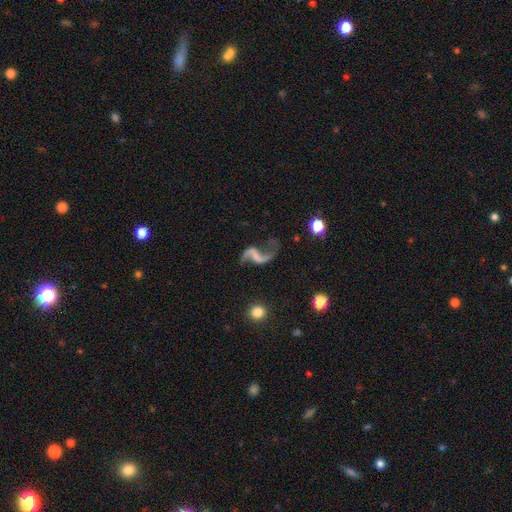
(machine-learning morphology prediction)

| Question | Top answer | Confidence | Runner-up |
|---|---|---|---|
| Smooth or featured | featured or disk | 87% | star or artifact (7%) |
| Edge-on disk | no | 98% | yes (2%) |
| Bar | no | 41% | weak (36%) |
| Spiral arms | yes | 95% | no (5%) |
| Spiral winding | loose | 91% | medium (7%) |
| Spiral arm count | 2 | 91% | 1 (5%) |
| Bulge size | none | 68% | small (19%) |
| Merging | none | 62% | major disturbance (18%) |